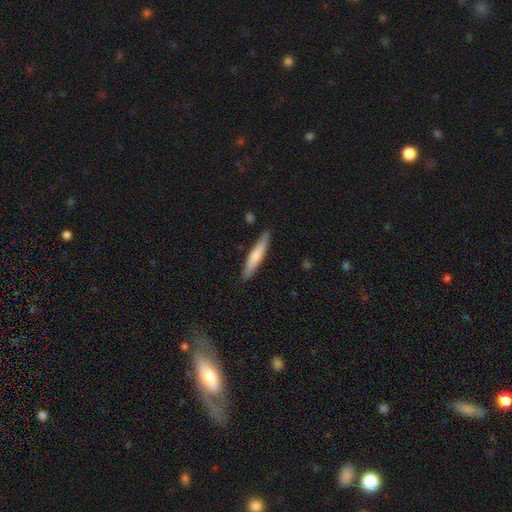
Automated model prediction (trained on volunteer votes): smooth-or-featured: smooth: 65% | featured or disk: 30% | star or artifact: 5%
  how-rounded: cigar-shaped: 91% | in between: 8% | round: 1%
  merging: none: 88% | minor disturbance: 9% | major disturbance: 2% | merger: 2%